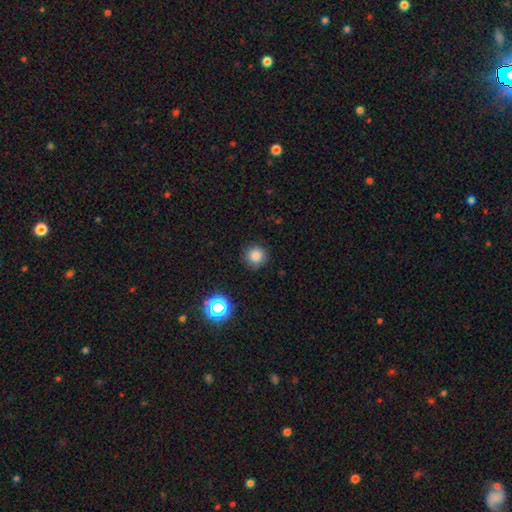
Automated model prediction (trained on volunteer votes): A smooth galaxy with no disk features (81%) that is round (95%). Merging: none (88%).